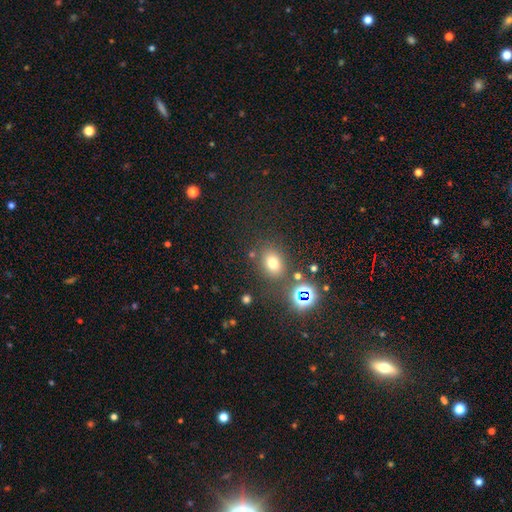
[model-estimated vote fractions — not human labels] Smooth or featured? Predicted: star or artifact (p=0.48).